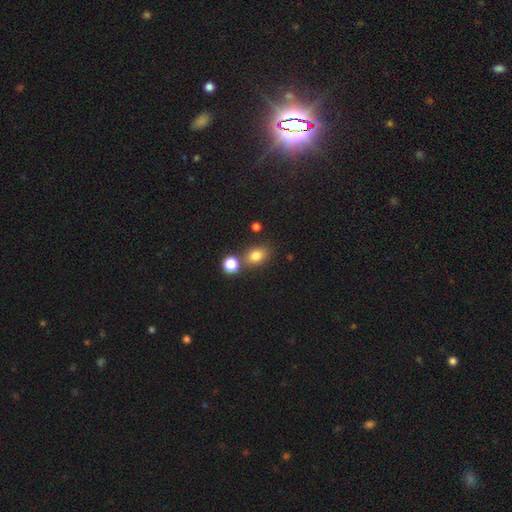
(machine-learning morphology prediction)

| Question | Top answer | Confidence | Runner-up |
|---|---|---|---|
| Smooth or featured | smooth | 80% | star or artifact (13%) |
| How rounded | in between | 59% | round (40%) |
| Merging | none | 67% | merger (18%) |